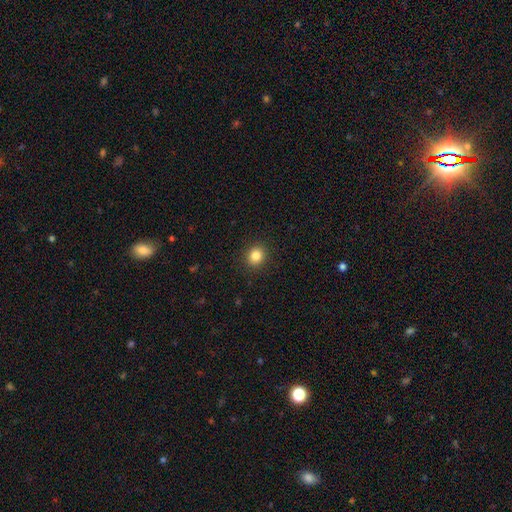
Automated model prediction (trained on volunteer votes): Overall: smooth (84%). How rounded: round (85%). Merging: none (91%).